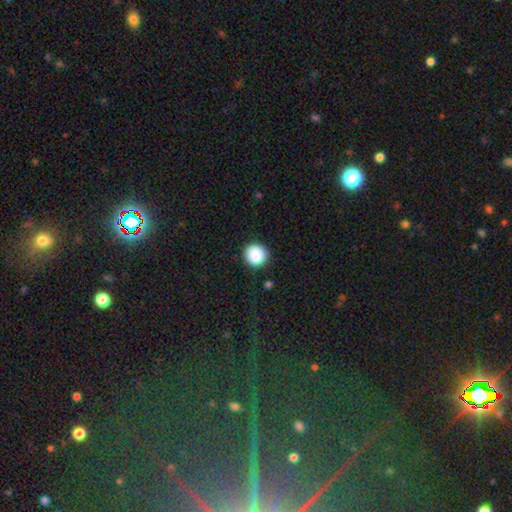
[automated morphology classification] Q: Smooth or featured?
A: smooth (87%); runner-up: star or artifact (9%)
Q: How rounded?
A: round (94%); runner-up: in between (5%)
Q: Merging?
A: none (91%); runner-up: minor disturbance (6%)